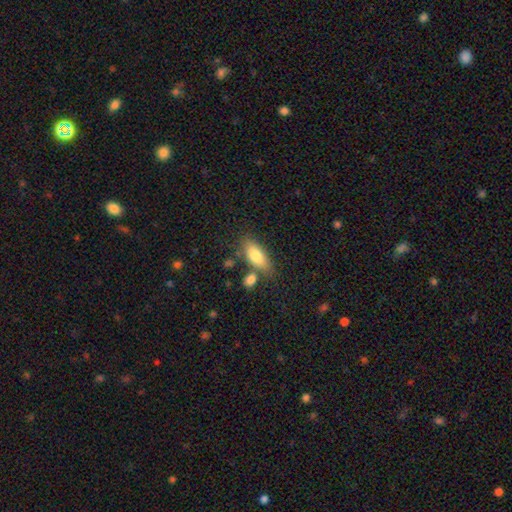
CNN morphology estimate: smooth 78%, featured or disk 15%, star or artifact 7%. Down the decision tree: how rounded — in between (80%); merging — none (65%).